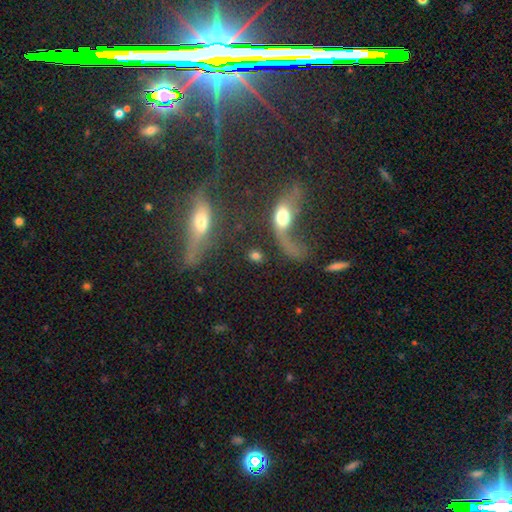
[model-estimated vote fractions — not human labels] Overall: smooth (67%). How rounded: in between (47%; round 45%). Merging: none (48%; merger 25%).